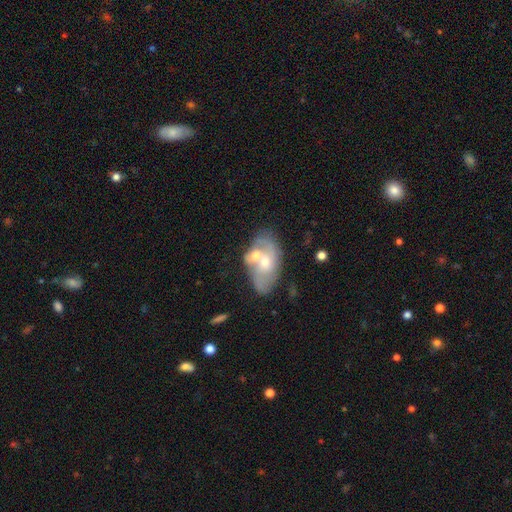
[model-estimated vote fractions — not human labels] The model was most divided on "spiral arms": no: 54%, yes: 46%. More confident: edge-on disk — no (95%); bar — no (79%); merging — merger (63%); bulge size — moderate (59%); smooth or featured — featured or disk (57%).